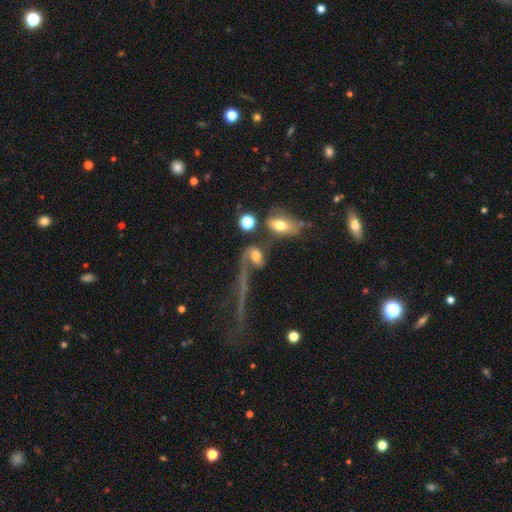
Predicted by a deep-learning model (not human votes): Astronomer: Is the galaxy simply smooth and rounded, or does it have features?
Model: featured or disk — 49% (runner-up: smooth, 37%).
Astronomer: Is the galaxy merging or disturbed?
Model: merger — 35% (runner-up: major disturbance, 30%).